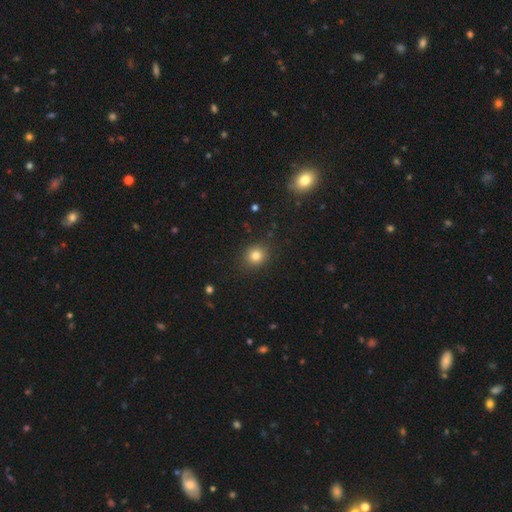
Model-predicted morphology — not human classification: This is clearly a smooth galaxy (81%). How rounded: likely round (78%). Merging: clearly none (88%).